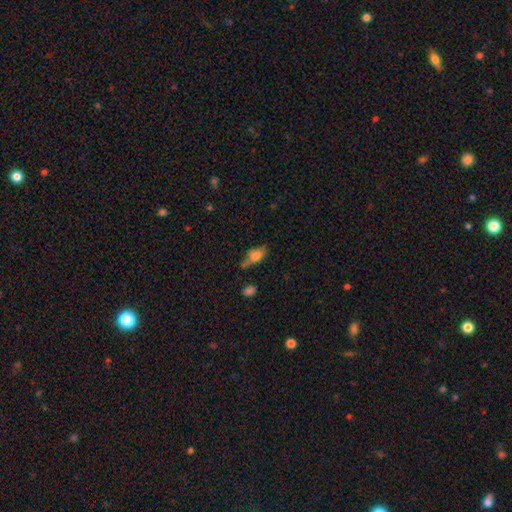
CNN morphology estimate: Smooth or featured? smooth (66%)
How rounded? in between (77%)
Merging? none (49%)